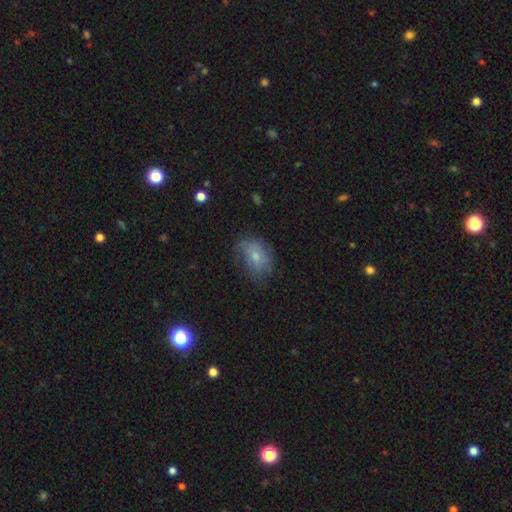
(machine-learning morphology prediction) A smooth galaxy with no disk features (64%) that is in between round and cigar-shaped (76%).

Vote fractions:
- Smooth or featured? smooth: 64% / featured or disk: 26% / star or artifact: 9%
- How rounded? in between: 76% / round: 22% / cigar-shaped: 2%
- Merging? none: 53% / minor disturbance: 30% / major disturbance: 15% / merger: 2%